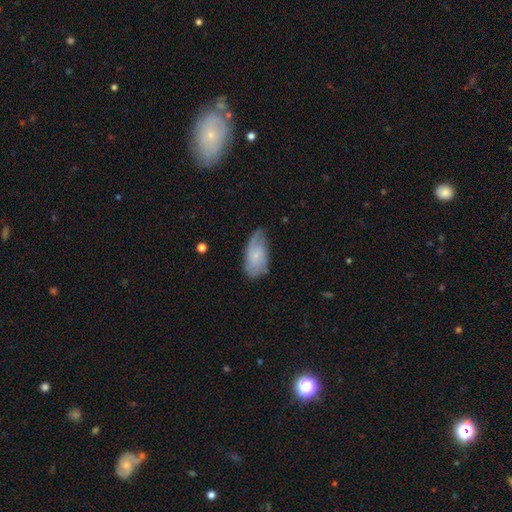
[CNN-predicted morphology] Smooth or featured?
  - featured or disk: 50% *
  - smooth: 43%
  - star or artifact: 7%
Merging?
  - none: 55% *
  - minor disturbance: 32%
  - major disturbance: 11%
  - merger: 2%